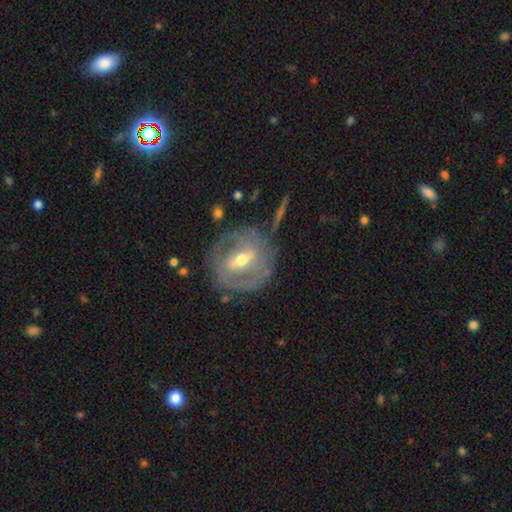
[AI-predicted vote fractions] Morphology: type=featured or disk (75%); edge-on=no (92%); bar=strong (42%); spiral arms=yes (70%); bulge=moderate (58%); merging=none (68%).